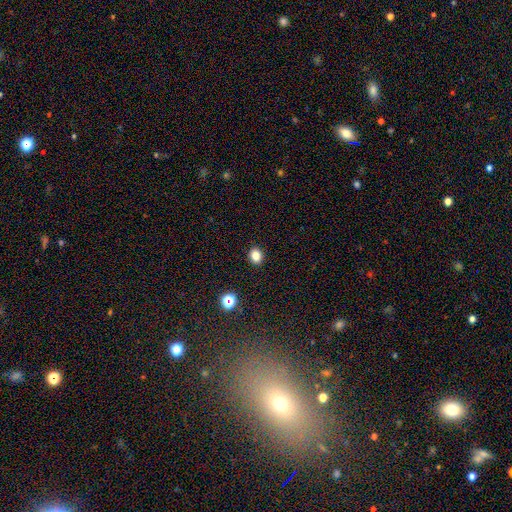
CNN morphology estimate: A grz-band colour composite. It shows a smooth galaxy with no disk features (81%) that is round (56%). Merging: none (91%).